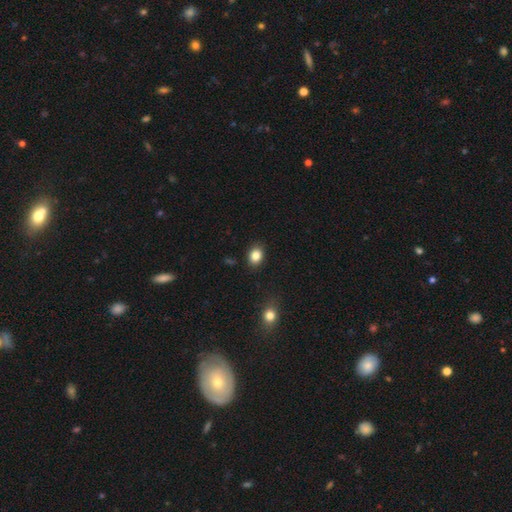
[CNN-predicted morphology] Smooth or featured: smooth — 85% (star or artifact — 10%)
How rounded: in between — 57% (round — 42%)
Merging: none — 87% (minor disturbance — 9%)